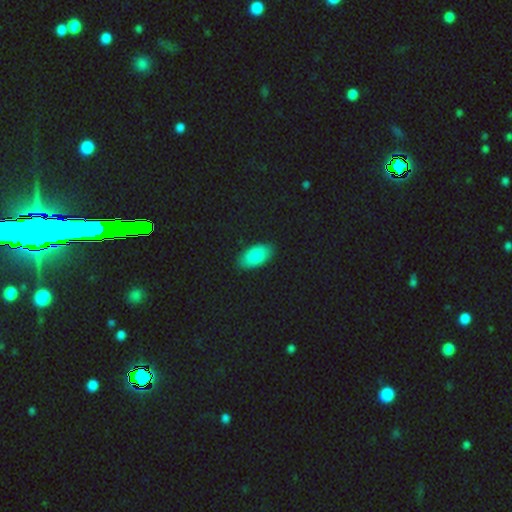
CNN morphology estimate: Overall: smooth (86%). How rounded: in between (95%). Merging: none (84%).